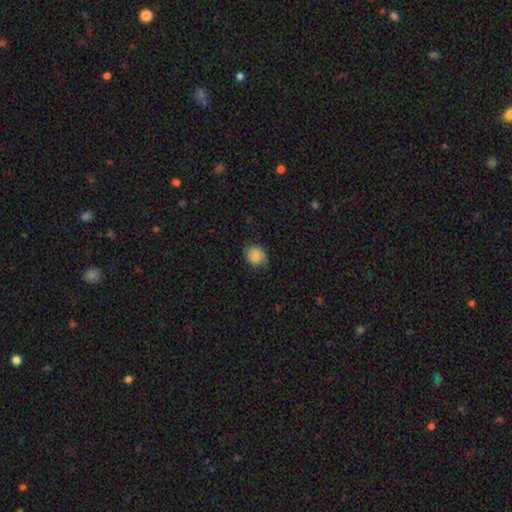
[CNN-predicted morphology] The model was most divided on "how rounded": round: 56%, in between: 43%, cigar-shaped: 1%. More confident: smooth or featured — smooth (85%); merging — none (74%).